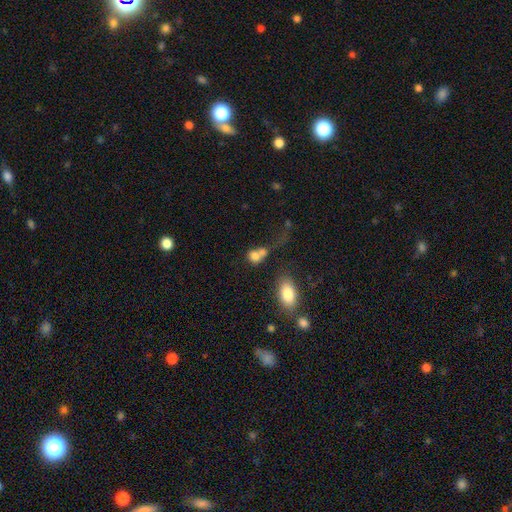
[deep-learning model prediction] A smooth galaxy with no disk features (76%) that is round (51%).

Vote fractions:
- Smooth or featured? smooth: 76% / featured or disk: 13% / star or artifact: 11%
- How rounded? round: 51% / in between: 47% / cigar-shaped: 3%
- Merging? merger: 55% / none: 24% / major disturbance: 11% / minor disturbance: 10%